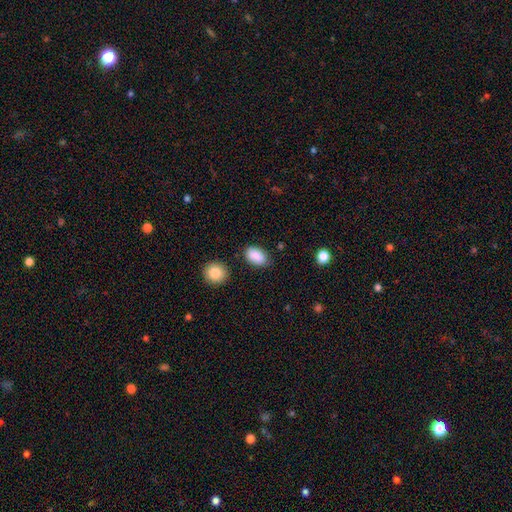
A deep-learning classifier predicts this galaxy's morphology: Smooth or featured: smooth — 88% (star or artifact — 7%)
How rounded: in between — 89% (round — 9%)
Merging: none — 79% (minor disturbance — 15%)